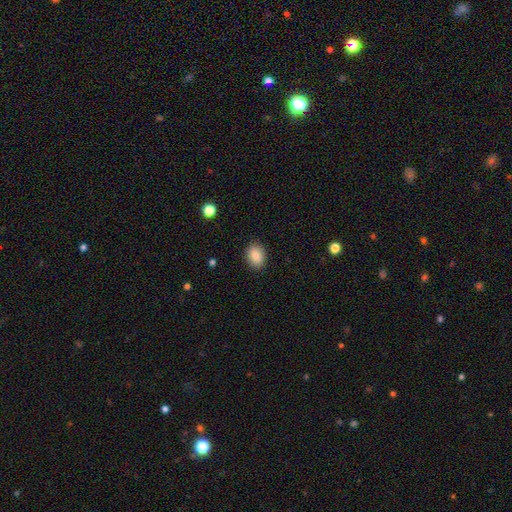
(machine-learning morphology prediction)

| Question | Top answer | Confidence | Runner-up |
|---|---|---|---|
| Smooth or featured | smooth | 86% | star or artifact (8%) |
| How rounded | in between | 68% | round (31%) |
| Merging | none | 88% | minor disturbance (9%) |